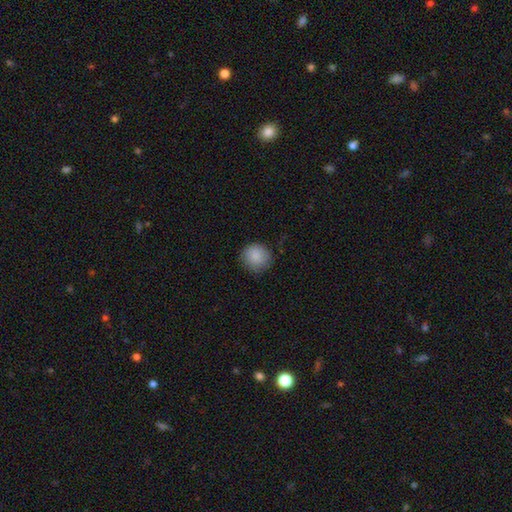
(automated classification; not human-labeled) Smooth or featured: smooth — 87% (star or artifact — 7%)
How rounded: round — 90% (in between — 9%)
Merging: none — 81% (minor disturbance — 15%)